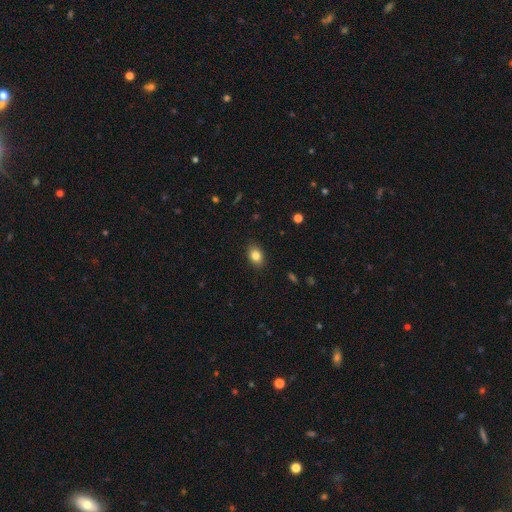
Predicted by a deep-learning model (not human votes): Smooth or featured? smooth (83%)
How rounded? in between (76%)
Merging? none (87%)